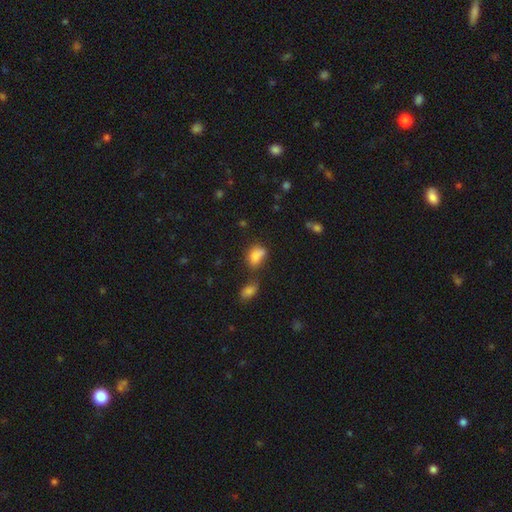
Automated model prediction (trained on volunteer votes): Morphology: type=smooth (80%); roundness=in between (79%); merging=none (38%).